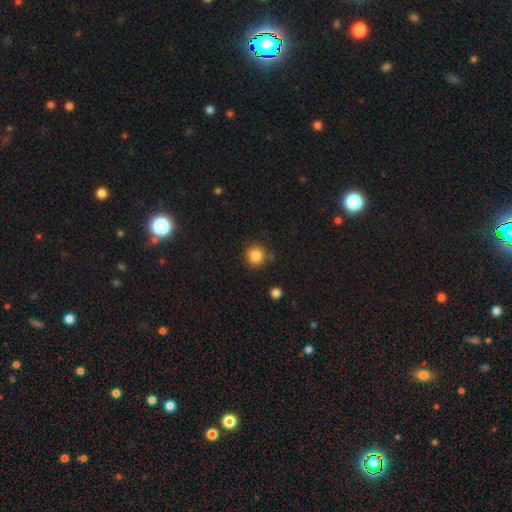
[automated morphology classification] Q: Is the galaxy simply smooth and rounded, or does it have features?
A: smooth — 85%.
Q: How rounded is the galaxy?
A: round — 90%.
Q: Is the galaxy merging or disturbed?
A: none — 80%.